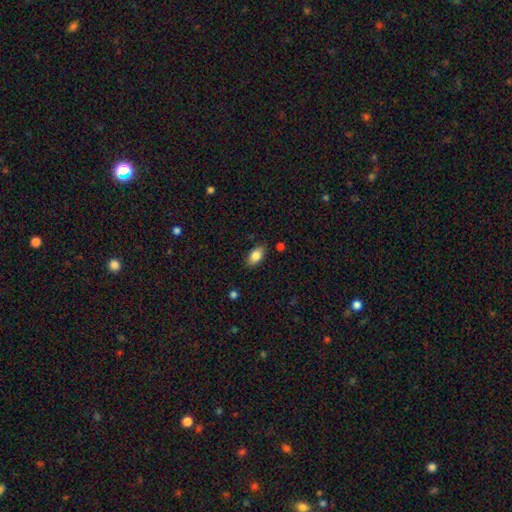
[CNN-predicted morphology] This appears to be a smooth galaxy with no disk features (84%) that is in between round and cigar-shaped (91%). Merging: none (85%).